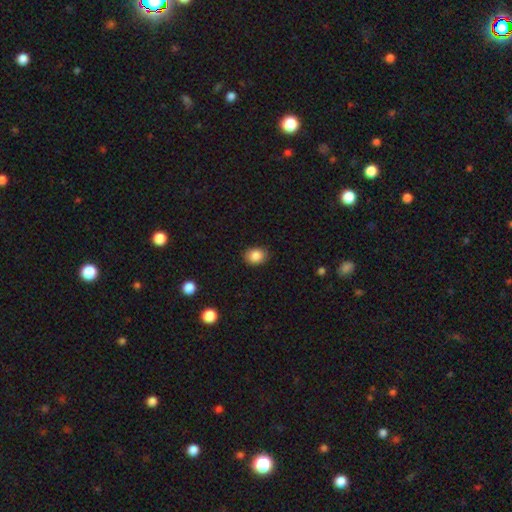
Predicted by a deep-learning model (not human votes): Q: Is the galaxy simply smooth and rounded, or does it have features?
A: smooth — 86%.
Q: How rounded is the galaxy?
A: round — 51%.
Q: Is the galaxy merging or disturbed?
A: none — 83%.